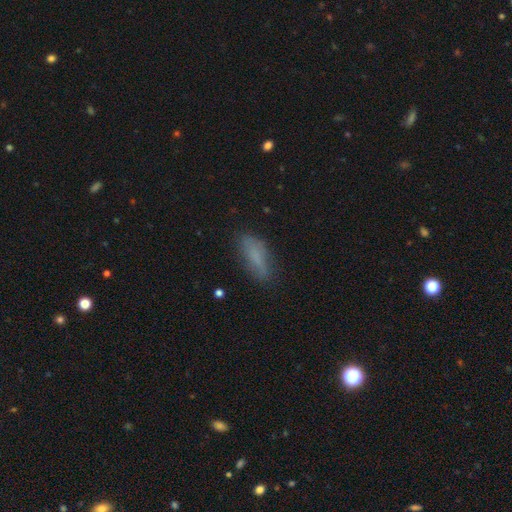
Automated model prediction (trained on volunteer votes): This appears to be a smooth galaxy with no disk features (73%) that is in between round and cigar-shaped (66%). Merging: none (71%).